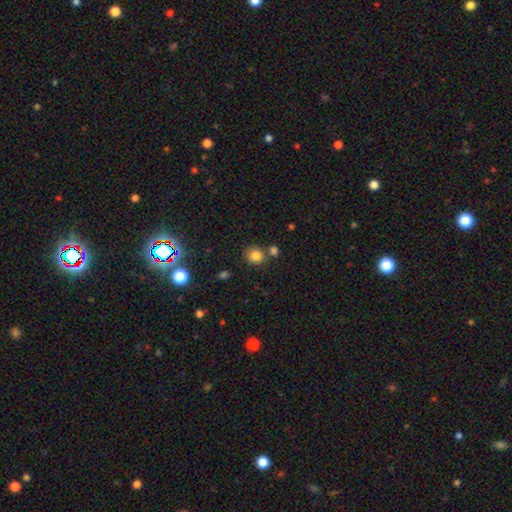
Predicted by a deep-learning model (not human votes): Smooth or featured?
  - smooth: 83% *
  - star or artifact: 11%
  - featured or disk: 6%
How rounded?
  - round: 78% *
  - in between: 21%
  - cigar-shaped: 1%
Merging?
  - none: 69% *
  - merger: 16%
  - minor disturbance: 11%
  - major disturbance: 4%